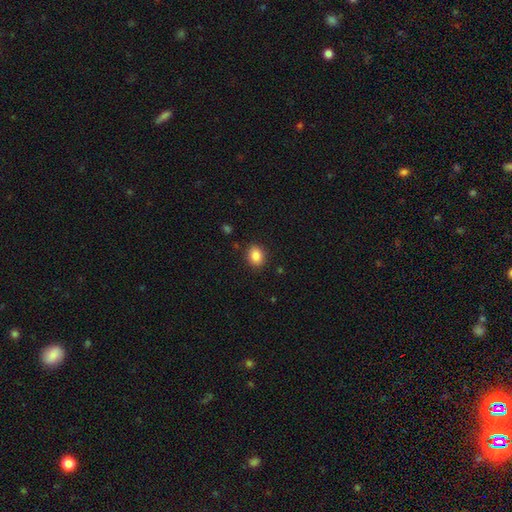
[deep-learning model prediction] This appears to be a smooth galaxy with no disk features (87%) that is round (51%). Merging: none (88%).